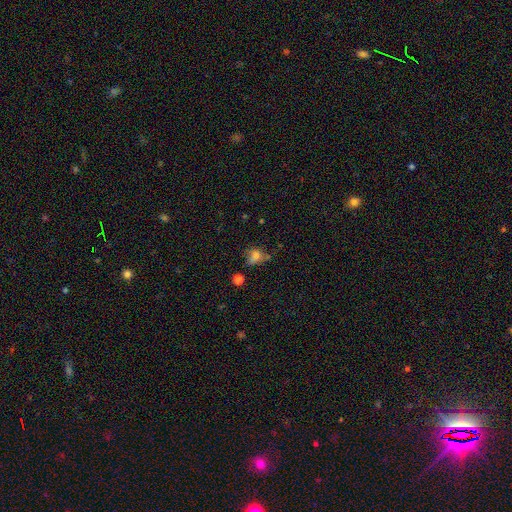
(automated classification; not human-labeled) Smooth or featured? Predicted: smooth (p=0.69). How rounded? Predicted: in between (p=0.50). Merging? Predicted: none (p=0.44).